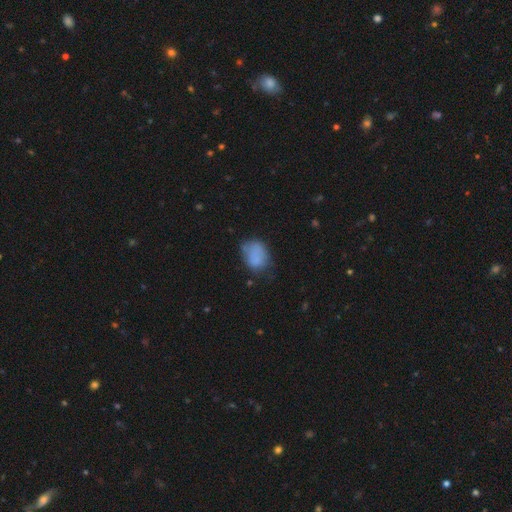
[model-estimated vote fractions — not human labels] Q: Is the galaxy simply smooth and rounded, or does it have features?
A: smooth — 78%.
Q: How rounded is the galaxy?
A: in between — 70%.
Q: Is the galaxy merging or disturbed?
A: none — 49%.